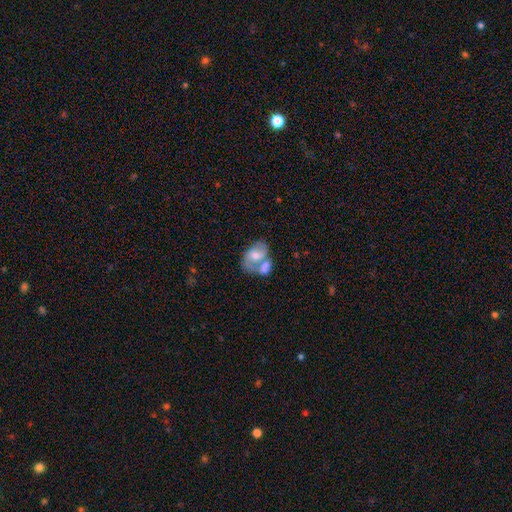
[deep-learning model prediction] smooth_or_featured: featured or disk (p=0.55) [alt: smooth p=0.38]
disk_edge_on: no (p=0.96) [alt: yes p=0.04]
bar: no (p=0.57) [alt: weak p=0.34]
has_spiral_arms: yes (p=0.70) [alt: no p=0.30]
bulge_size: moderate (p=0.61) [alt: small p=0.24]
merging: merger (p=0.56) [alt: none p=0.24]